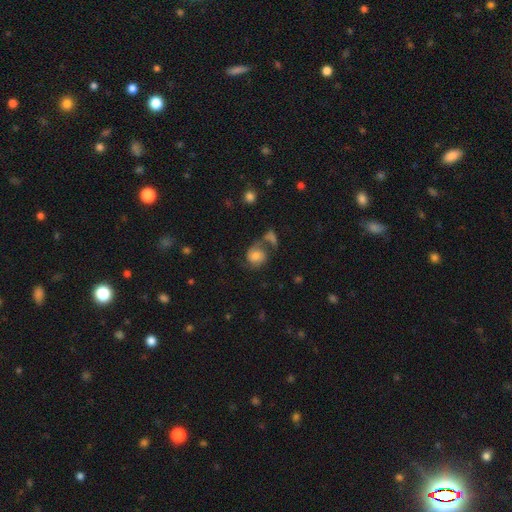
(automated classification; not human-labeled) Q: Smooth or featured?
A: smooth (48%); runner-up: featured or disk (43%)
Q: Merging?
A: none (39%); runner-up: merger (26%)